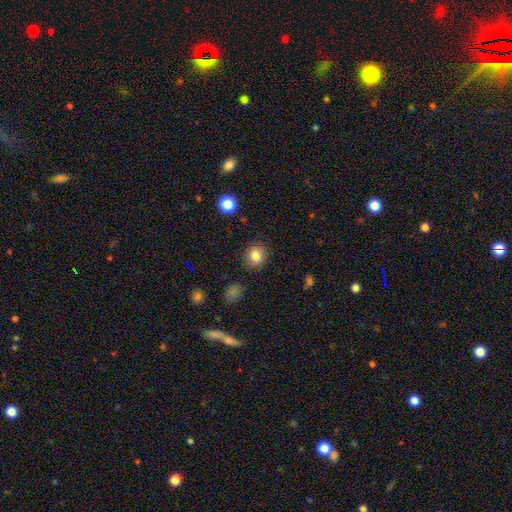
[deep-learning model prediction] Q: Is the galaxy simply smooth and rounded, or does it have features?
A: smooth — 81%.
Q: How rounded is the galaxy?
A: round — 81%.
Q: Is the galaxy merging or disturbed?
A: none — 88%.